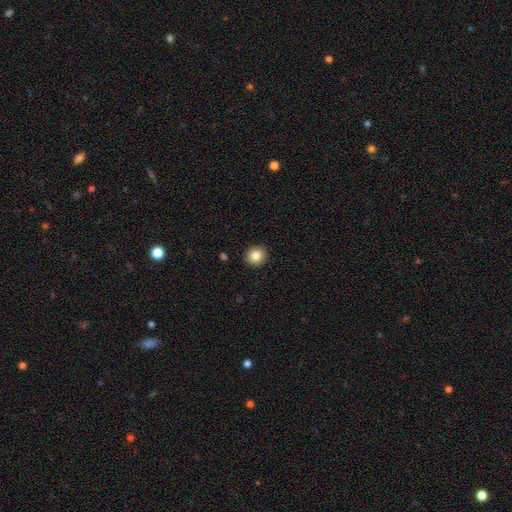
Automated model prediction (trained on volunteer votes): This is clearly a smooth galaxy (84%). How rounded: clearly round (89%). Merging: clearly none (92%).